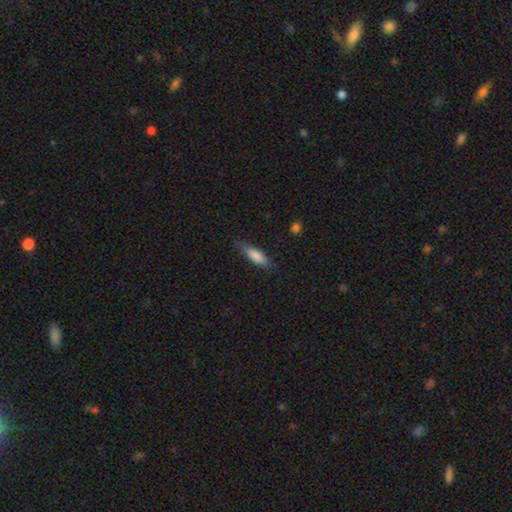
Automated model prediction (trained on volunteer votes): A smooth galaxy with no disk features (80%) that is cigar-shaped (55%). Merging: none (70%).